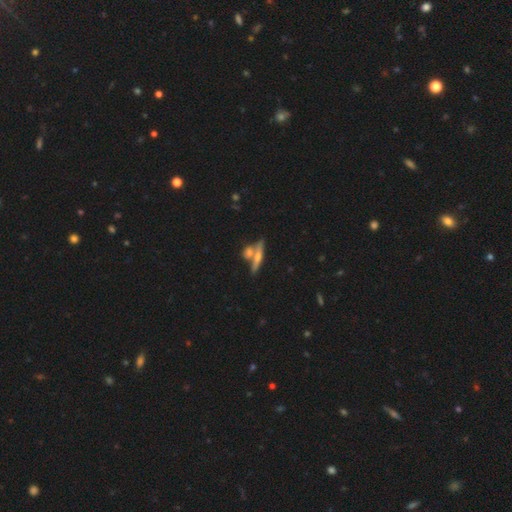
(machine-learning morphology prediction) smooth_or_featured: featured or disk (p=0.46) [alt: smooth p=0.45]
merging: none (p=0.55) [alt: merger p=0.33]